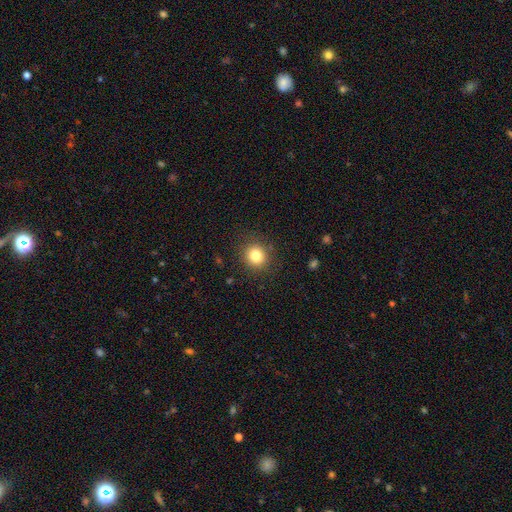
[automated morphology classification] Smooth or featured?
  - smooth: 82% *
  - star or artifact: 11%
  - featured or disk: 7%
How rounded?
  - round: 86% *
  - in between: 13%
  - cigar-shaped: 1%
Merging?
  - none: 88% *
  - minor disturbance: 8%
  - major disturbance: 3%
  - merger: 1%